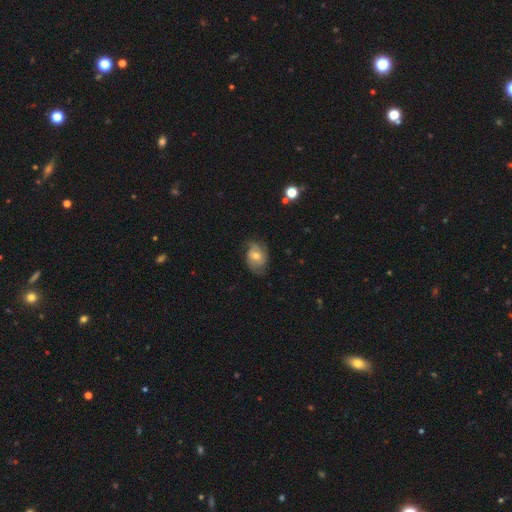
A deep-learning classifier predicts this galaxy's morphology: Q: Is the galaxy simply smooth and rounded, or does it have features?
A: featured or disk — 57%.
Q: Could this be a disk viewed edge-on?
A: no — 96%.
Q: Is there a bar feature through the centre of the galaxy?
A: no — 67%.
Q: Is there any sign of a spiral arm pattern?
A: yes — 83%.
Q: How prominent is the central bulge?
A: moderate — 64%.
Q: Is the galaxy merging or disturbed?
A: none — 63%.